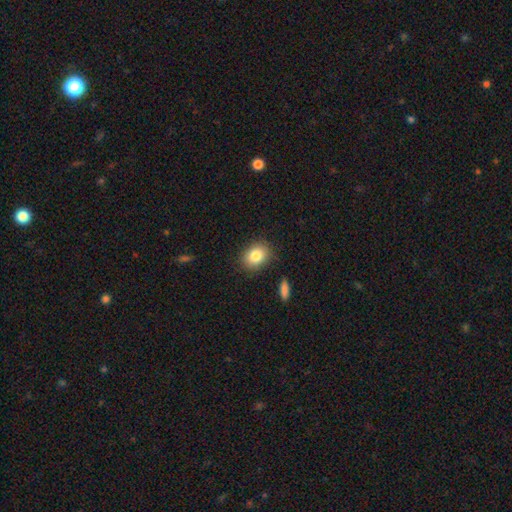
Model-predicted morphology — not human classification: Smooth or featured? Predicted: smooth (p=0.83). How rounded? Predicted: in between (p=0.56). Merging? Predicted: none (p=0.84).